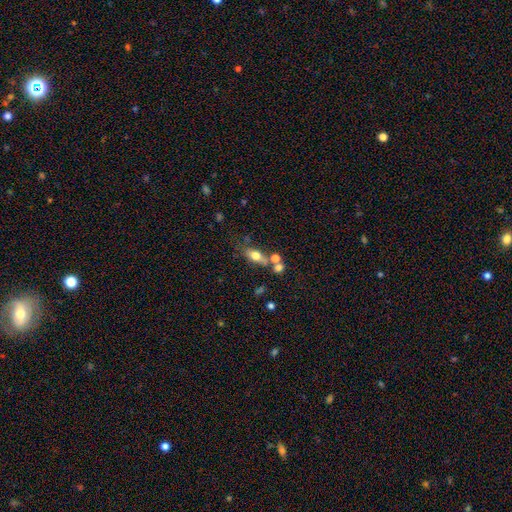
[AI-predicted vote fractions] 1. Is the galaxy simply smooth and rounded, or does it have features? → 66% smooth, 24% featured or disk, 10% star or artifact.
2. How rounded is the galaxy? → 70% in between, 19% cigar-shaped, 12% round.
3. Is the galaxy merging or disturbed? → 53% none, 25% merger, 15% minor disturbance, 7% major disturbance.